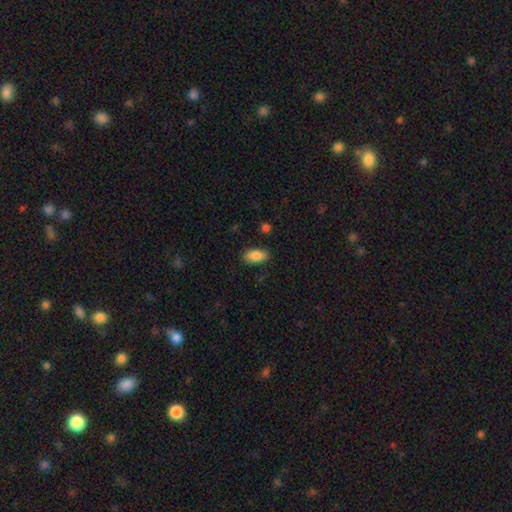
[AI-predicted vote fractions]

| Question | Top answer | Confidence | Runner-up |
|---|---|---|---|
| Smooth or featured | smooth | 86% | star or artifact (7%) |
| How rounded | in between | 91% | cigar-shaped (5%) |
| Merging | none | 86% | minor disturbance (10%) |